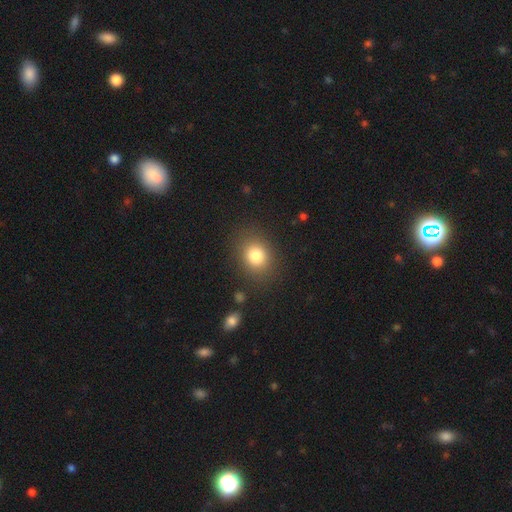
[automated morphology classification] smooth-or-featured: smooth: 81% | star or artifact: 11% | featured or disk: 8%
  how-rounded: round: 60% | in between: 40% | cigar-shaped: 1%
  merging: none: 83% | minor disturbance: 10% | major disturbance: 4% | merger: 2%